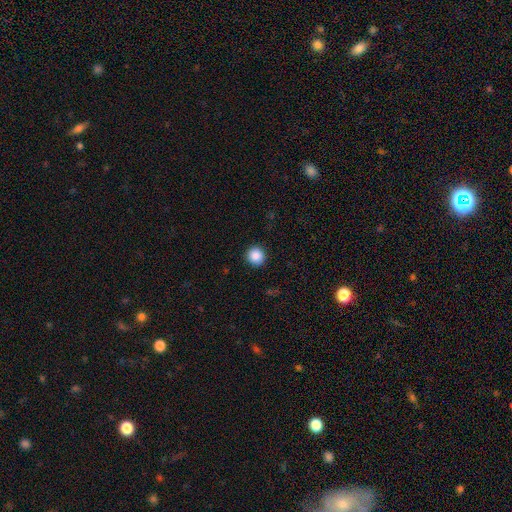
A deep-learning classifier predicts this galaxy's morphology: A smooth galaxy with no disk features (88%) that is round (95%). Merging: none (92%).